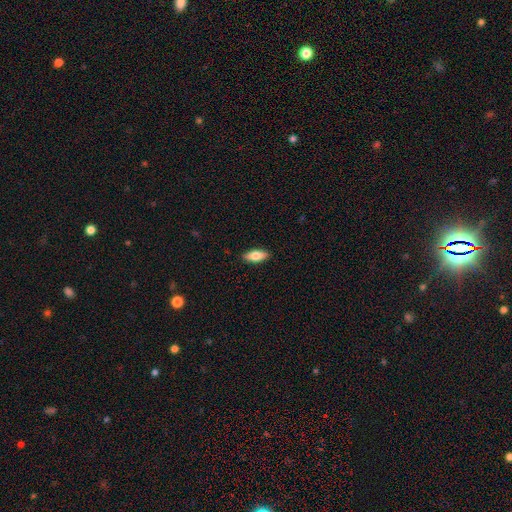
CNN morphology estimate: A smooth galaxy with no disk features (75%) that is in between round and cigar-shaped (77%).

Vote fractions:
- Smooth or featured? smooth: 75% / featured or disk: 19% / star or artifact: 6%
- How rounded? in between: 77% / cigar-shaped: 20% / round: 2%
- Merging? none: 89% / minor disturbance: 8% / major disturbance: 2% / merger: 1%